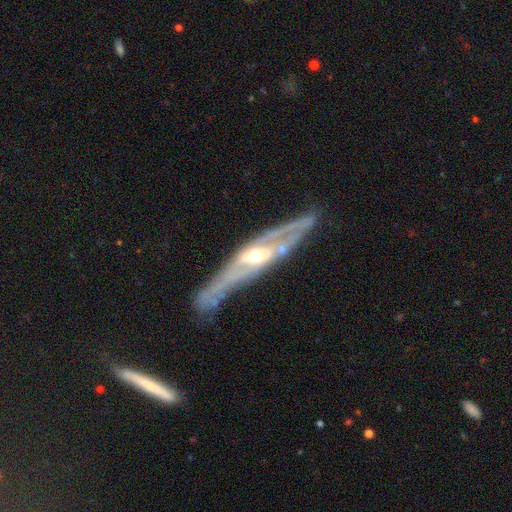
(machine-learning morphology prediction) This appears to be a featured or disk galaxy (85%) viewed edge-on (54%). Merging: none (68%).